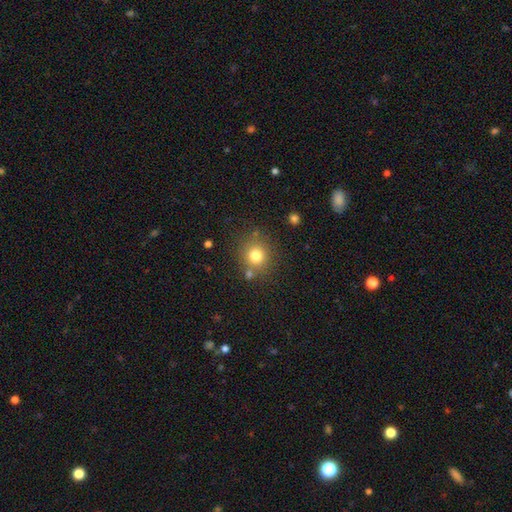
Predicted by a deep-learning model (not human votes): smooth 77%, star or artifact 14%, featured or disk 9%. Down the decision tree: how rounded — round (88%); merging — none (77%).